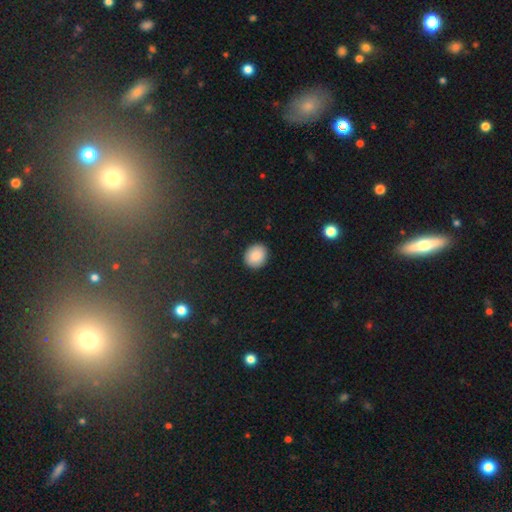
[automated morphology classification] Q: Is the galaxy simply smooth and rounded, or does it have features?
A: smooth — 88%.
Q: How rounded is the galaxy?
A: round — 60%.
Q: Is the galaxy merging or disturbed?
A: none — 90%.